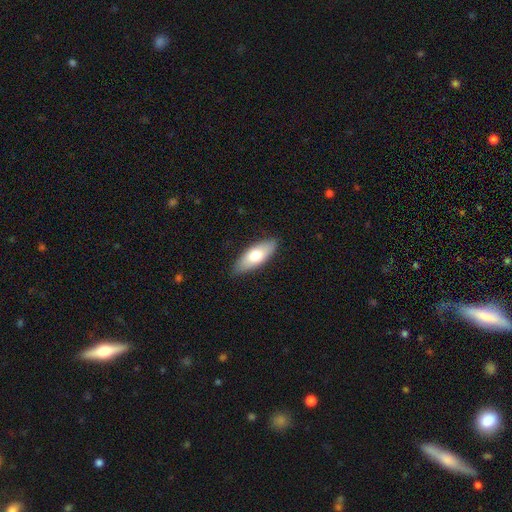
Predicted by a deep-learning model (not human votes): The model was most divided on "smooth or featured": smooth: 69%, featured or disk: 25%, star or artifact: 6%. More confident: merging — none (84%); how rounded — in between (75%).